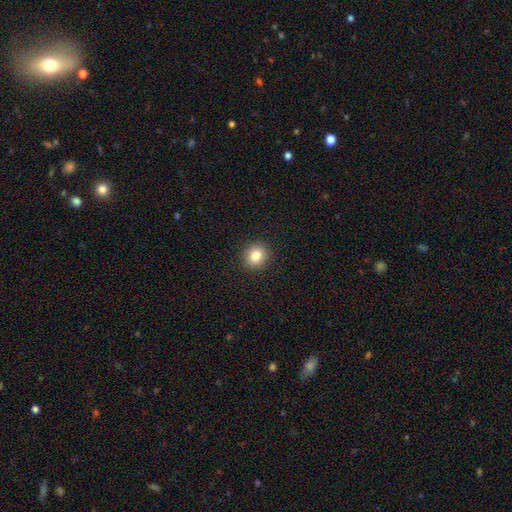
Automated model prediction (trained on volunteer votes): Overall: smooth (82%). How rounded: round (88%). Merging: none (92%).